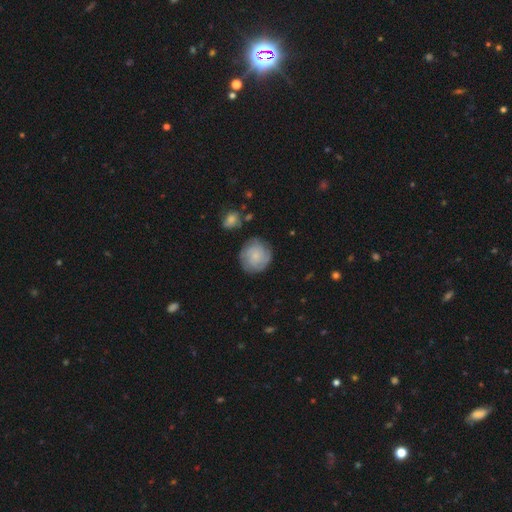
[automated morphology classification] Q: Smooth or featured?
A: smooth (50%); runner-up: featured or disk (42%)
Q: How rounded?
A: round (88%); runner-up: in between (10%)
Q: Merging?
A: none (77%); runner-up: minor disturbance (15%)